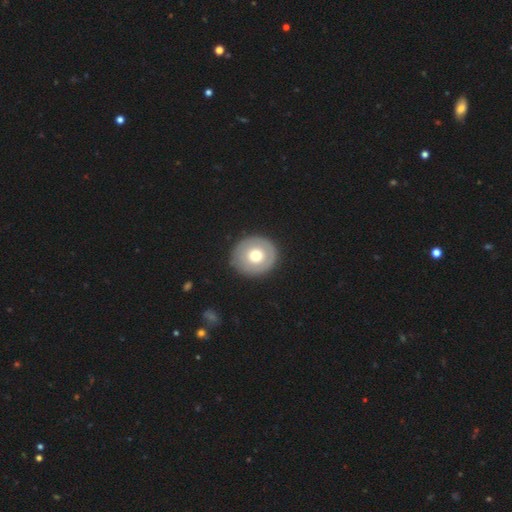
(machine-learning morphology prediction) smooth_or_featured: smooth (p=0.60) [alt: featured or disk p=0.33]
how_rounded: round (p=0.88) [alt: in between p=0.11]
merging: none (p=0.88) [alt: minor disturbance p=0.08]